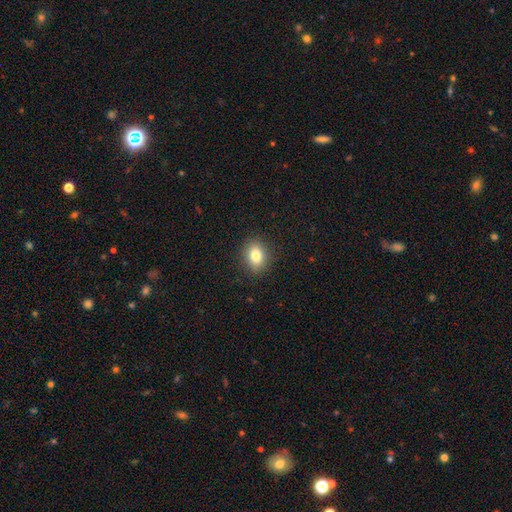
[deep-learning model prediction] A smooth galaxy with no disk features (81%) that is in between round and cigar-shaped (58%). Merging: none (89%).